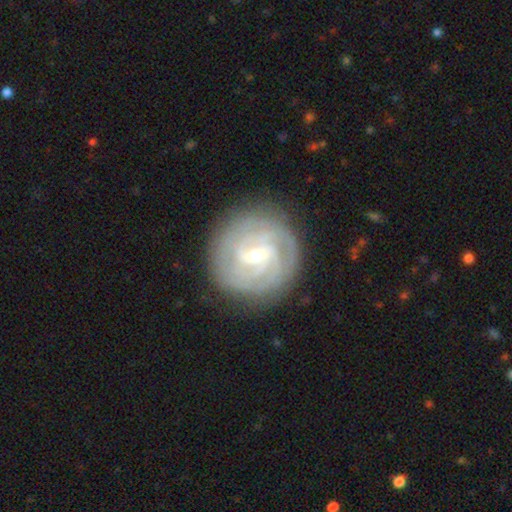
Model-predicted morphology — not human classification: A featured or disk galaxy (87%) with a weak bar (56%), 3 (27%) tight (77%) spiral arms (97%) and a small central bulge (60%).

Vote fractions:
- Smooth or featured? featured or disk: 87% / smooth: 8% / star or artifact: 5%
- Edge-on disk? no: 98% / yes: 2%
- Bar? weak: 56% / strong: 23% / no: 22%
- Spiral arms? yes: 97% / no: 3%
- Spiral winding? tight: 77% / medium: 20% / loose: 3%
- Spiral arm count? 3: 27% / 4: 22% / can't tell: 22% / 2: 17% / more than 4: 7% / 1: 6%
- Bulge size? small: 60% / moderate: 37% / large: 1% / none: 1% / dominant: 1%
- Merging? none: 86% / minor disturbance: 10% / major disturbance: 3% / merger: 1%